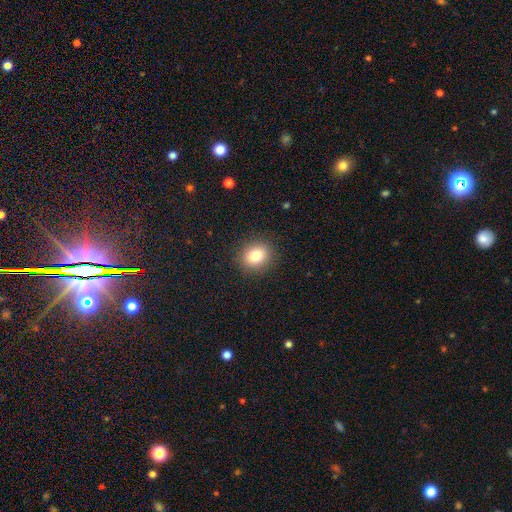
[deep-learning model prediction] This is clearly a smooth galaxy (80%). How rounded: likely round (70%). Merging: clearly none (89%).